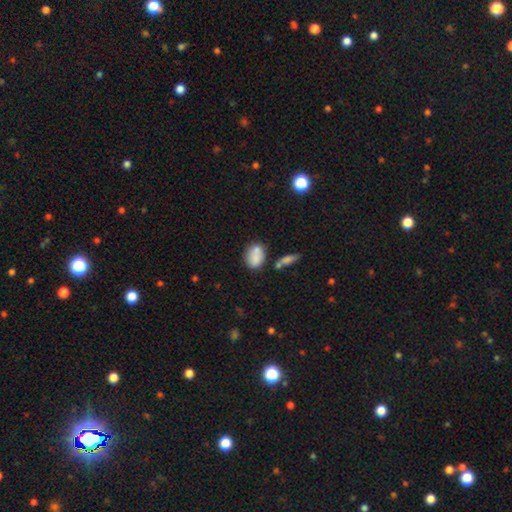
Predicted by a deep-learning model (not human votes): Overall: smooth (79%). How rounded: in between (69%; round 29%). Merging: none (51%; merger 26%).